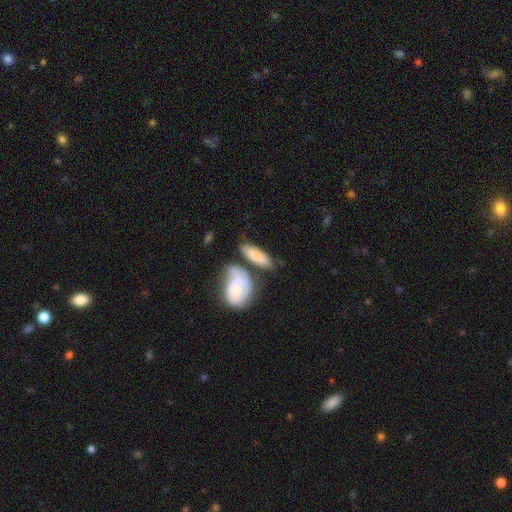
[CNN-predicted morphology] smooth-or-featured: smooth: 70% | featured or disk: 25% | star or artifact: 6%
  how-rounded: in between: 66% | cigar-shaped: 30% | round: 4%
  merging: none: 50% | merger: 23% | minor disturbance: 19% | major disturbance: 8%